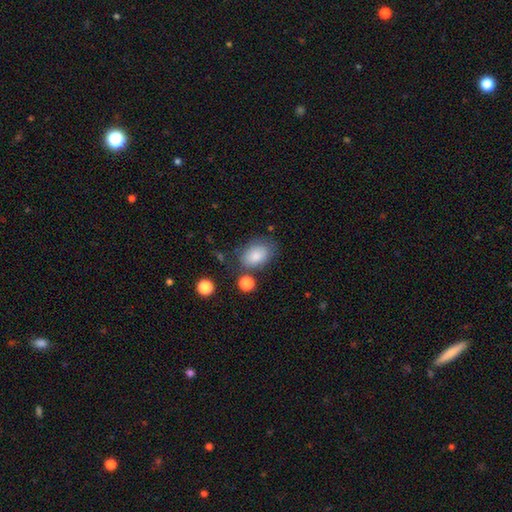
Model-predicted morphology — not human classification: smooth_or_featured: smooth (p=0.83) [alt: featured or disk p=0.09]
how_rounded: in between (p=0.84) [alt: round p=0.15]
merging: none (p=0.67) [alt: minor disturbance p=0.20]